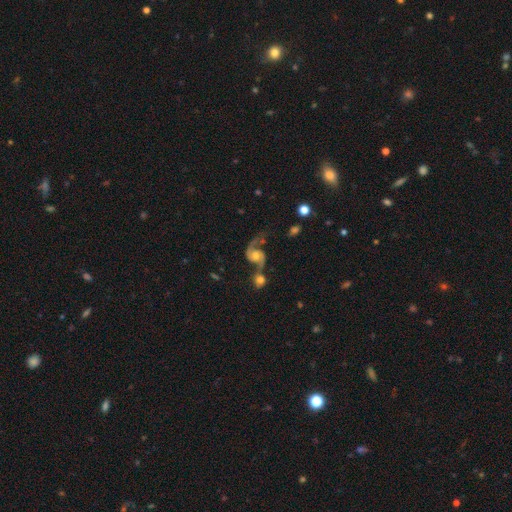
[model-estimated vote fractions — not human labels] This appears to be a featured or disk galaxy (84%) with no bar (69%), 2 (81%) loose (53%) spiral arms (96%) and a moderate central bulge (62%). Merging: merger (39%).